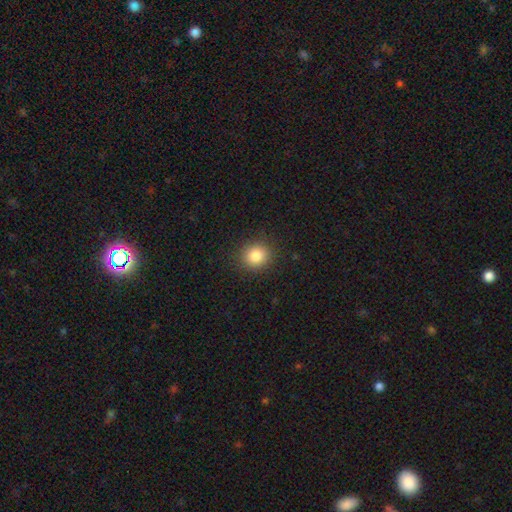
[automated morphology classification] Smooth or featured: smooth — 83% (star or artifact — 11%)
How rounded: round — 84% (in between — 15%)
Merging: none — 90% (minor disturbance — 7%)